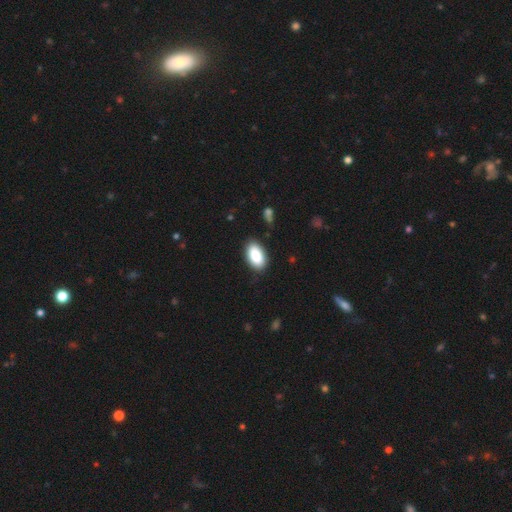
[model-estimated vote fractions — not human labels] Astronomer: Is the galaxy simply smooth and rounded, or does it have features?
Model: smooth — 89%.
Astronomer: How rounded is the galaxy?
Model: in between — 95%.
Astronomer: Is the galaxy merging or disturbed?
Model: none — 86%.